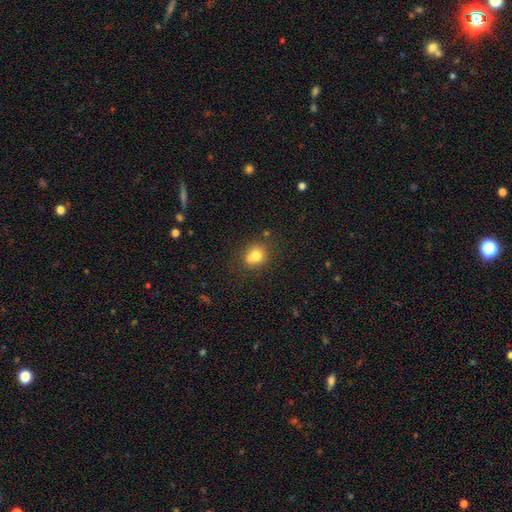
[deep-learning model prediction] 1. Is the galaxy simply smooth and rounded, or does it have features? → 75% smooth, 13% featured or disk, 12% star or artifact.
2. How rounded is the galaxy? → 71% round, 28% in between, 1% cigar-shaped.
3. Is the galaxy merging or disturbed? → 56% none, 25% merger, 14% minor disturbance, 4% major disturbance.